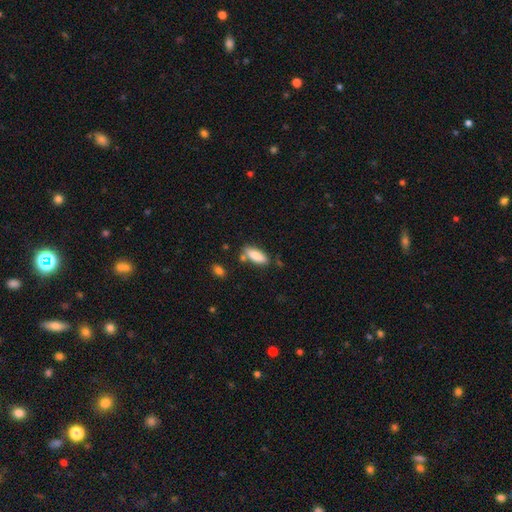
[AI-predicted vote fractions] smooth-or-featured: smooth: 85% | featured or disk: 9% | star or artifact: 6%
  how-rounded: in between: 78% | cigar-shaped: 20% | round: 2%
  merging: none: 71% | minor disturbance: 16% | merger: 9% | major disturbance: 4%